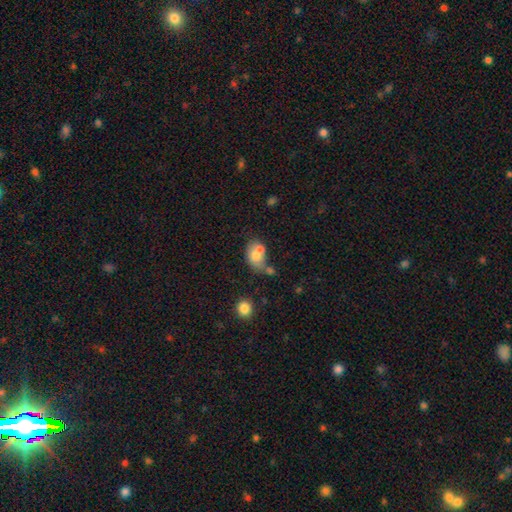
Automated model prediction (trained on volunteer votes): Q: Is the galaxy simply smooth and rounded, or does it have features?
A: smooth — 69%.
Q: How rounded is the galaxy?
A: in between — 67%.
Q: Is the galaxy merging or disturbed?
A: merger — 51%.